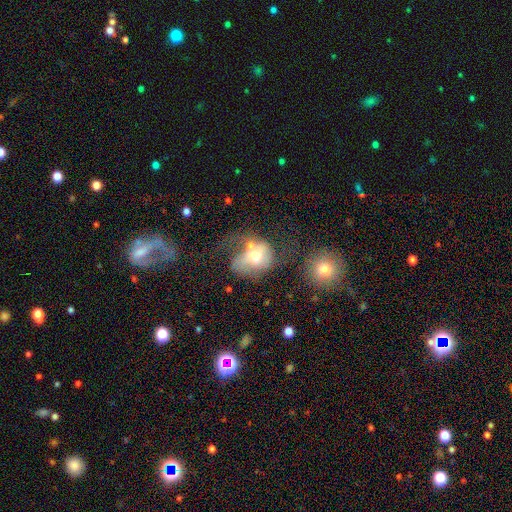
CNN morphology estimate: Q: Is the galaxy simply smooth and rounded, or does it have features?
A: smooth — 50%.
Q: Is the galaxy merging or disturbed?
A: major disturbance — 42%.